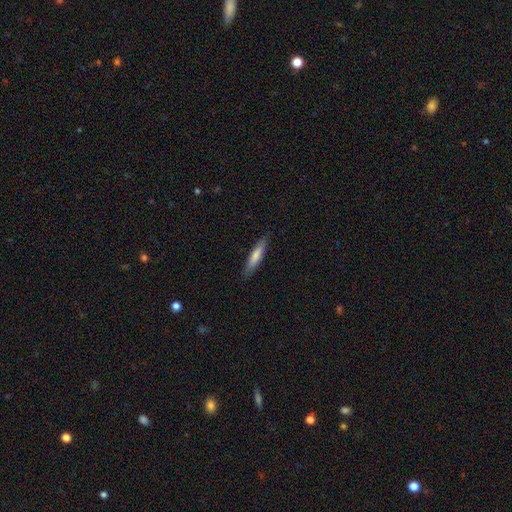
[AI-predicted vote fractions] The model was most divided on "smooth or featured": smooth: 76%, featured or disk: 18%, star or artifact: 5%. More confident: merging — none (87%); how rounded — cigar-shaped (84%).